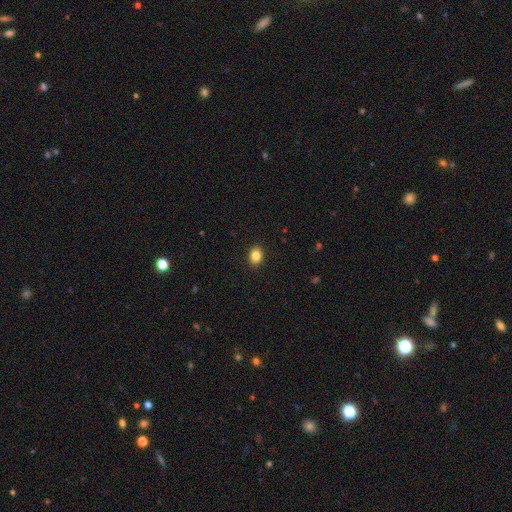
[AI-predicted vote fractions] This appears to be a smooth galaxy with no disk features (85%) that is in between round and cigar-shaped (52%). Merging: none (91%).